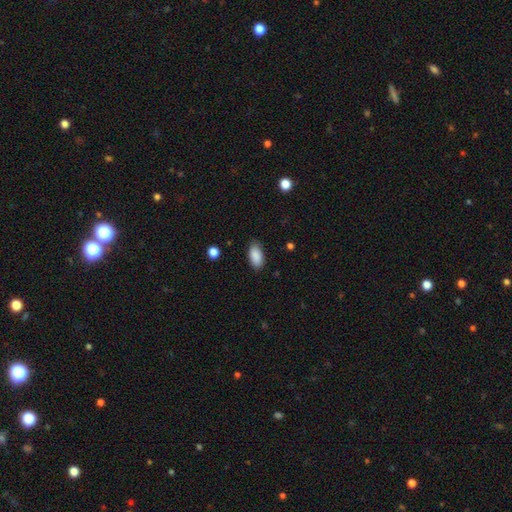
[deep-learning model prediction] A smooth galaxy with no disk features (89%) that is in between round and cigar-shaped (93%). Merging: none (84%).